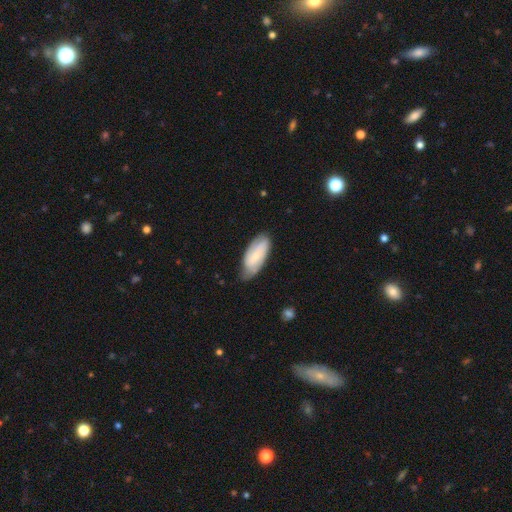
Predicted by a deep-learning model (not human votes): Q: Smooth or featured?
A: smooth (49%); runner-up: featured or disk (45%)
Q: Merging?
A: none (67%); runner-up: minor disturbance (26%)